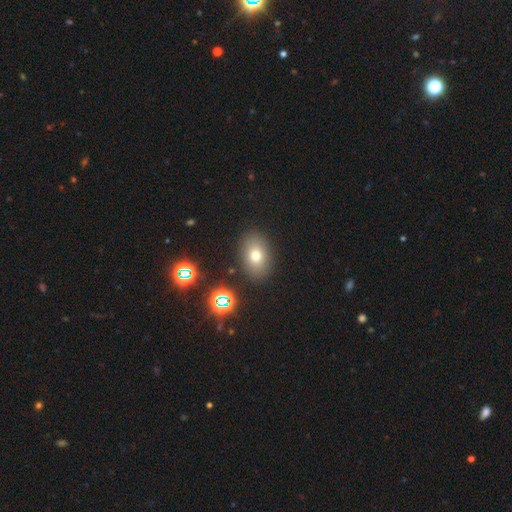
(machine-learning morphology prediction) type=smooth (71%); roundness=in between (77%); merging=none (87%).